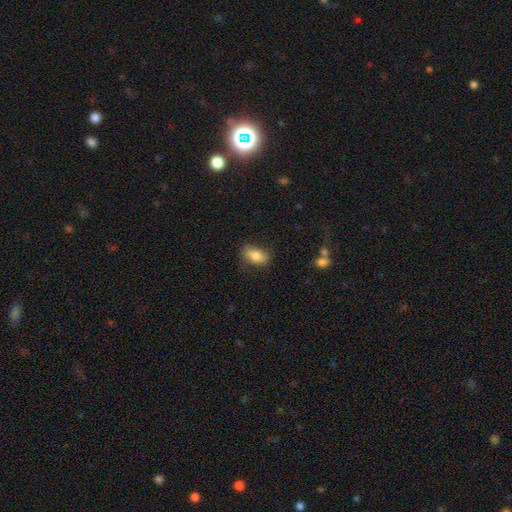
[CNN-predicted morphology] Smooth or featured: smooth — 80% (featured or disk — 12%)
How rounded: in between — 87% (round — 8%)
Merging: none — 78% (minor disturbance — 17%)